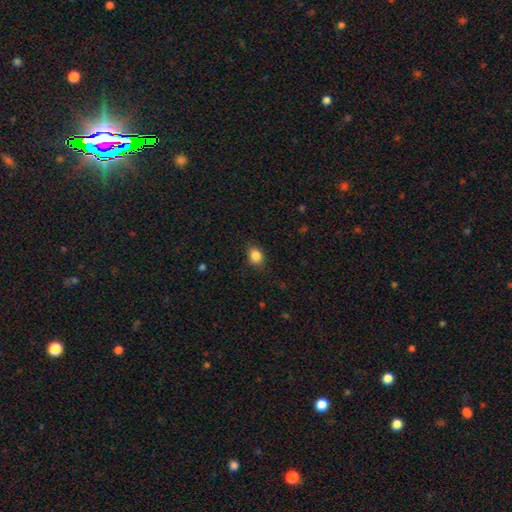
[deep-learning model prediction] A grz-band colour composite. It shows a smooth galaxy with no disk features (86%) that is round (50%). Merging: none (83%).